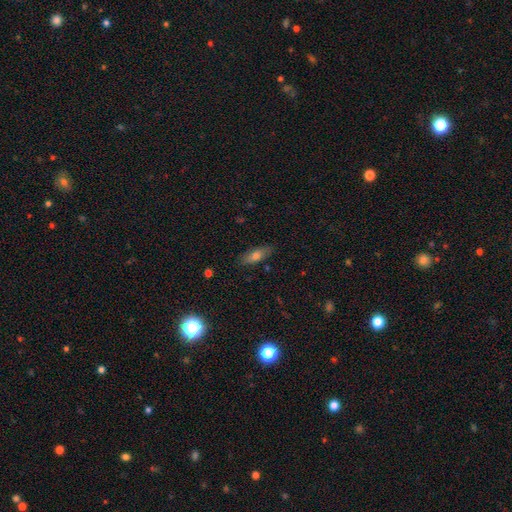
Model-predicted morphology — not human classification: Overall: smooth (70%). How rounded: in between (62%; cigar-shaped 35%). Merging: none (84%).